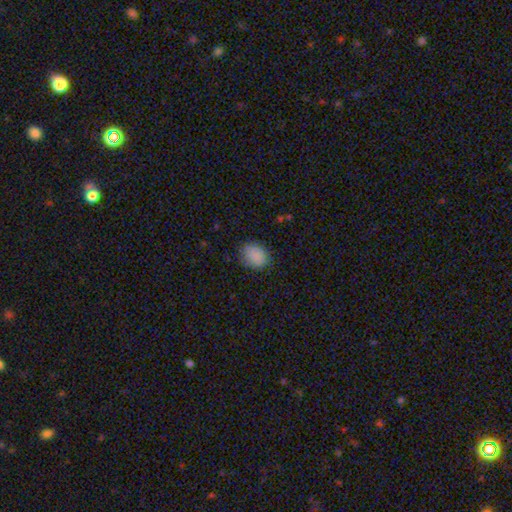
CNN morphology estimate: smooth-or-featured: smooth: 87% | star or artifact: 9% | featured or disk: 4%
  how-rounded: round: 51% | in between: 49% | cigar-shaped: 1%
  merging: none: 80% | minor disturbance: 15% | major disturbance: 4% | merger: 1%